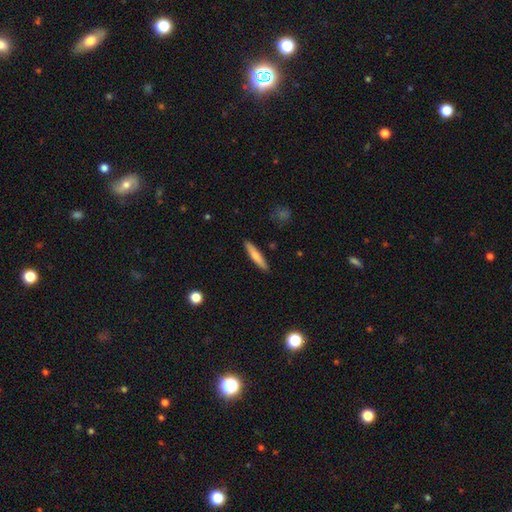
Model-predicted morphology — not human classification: The model was most divided on "smooth or featured": smooth: 73%, featured or disk: 21%, star or artifact: 6%. More confident: merging — none (90%); how rounded — cigar-shaped (89%).